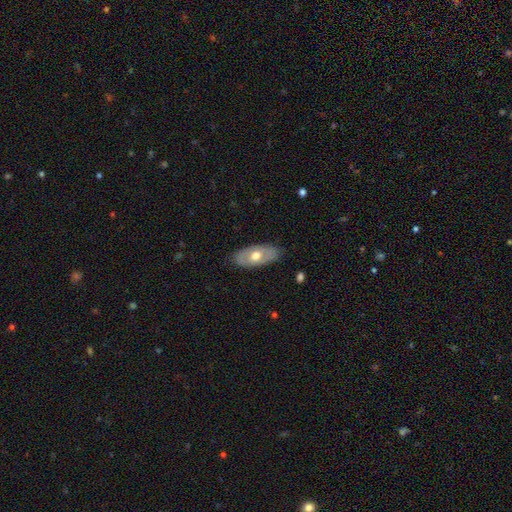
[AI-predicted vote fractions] smooth 49%, featured or disk 46%, star or artifact 5%. Down the decision tree: merging — none (83%).